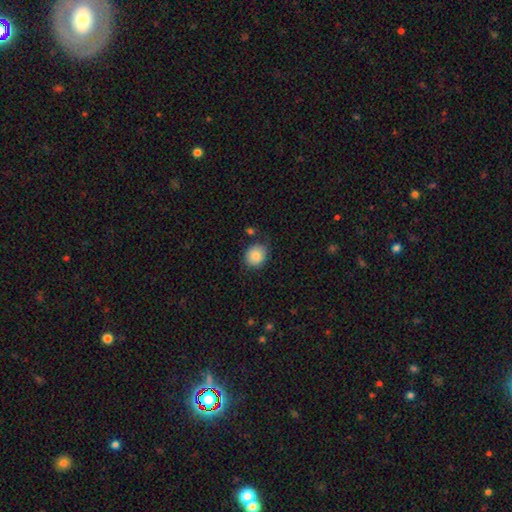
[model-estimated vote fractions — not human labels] A smooth galaxy with no disk features (85%) that is round (75%).

Vote fractions:
- Smooth or featured? smooth: 85% / star or artifact: 9% / featured or disk: 6%
- How rounded? round: 75% / in between: 24% / cigar-shaped: 1%
- Merging? none: 77% / minor disturbance: 16% / major disturbance: 4% / merger: 3%